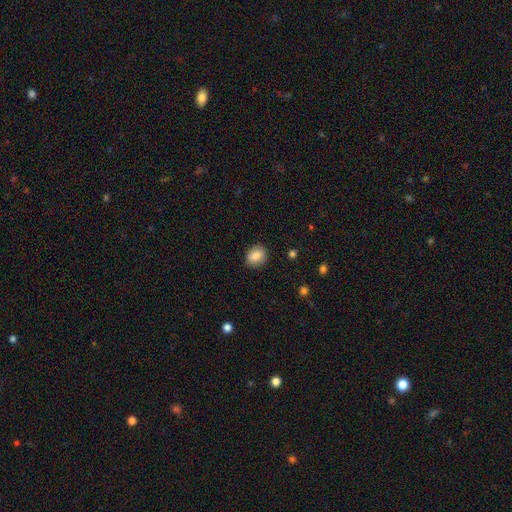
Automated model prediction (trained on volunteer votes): smooth 85%, star or artifact 8%, featured or disk 7%. Down the decision tree: how rounded — in between (51%); merging — none (87%).